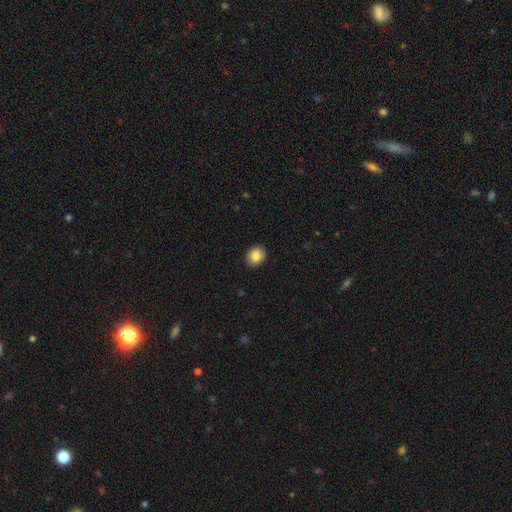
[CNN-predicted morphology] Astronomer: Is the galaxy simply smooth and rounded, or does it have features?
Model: smooth — 87%.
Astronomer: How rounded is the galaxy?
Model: round — 51% (runner-up: in between, 48%).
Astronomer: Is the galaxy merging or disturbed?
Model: none — 89%.